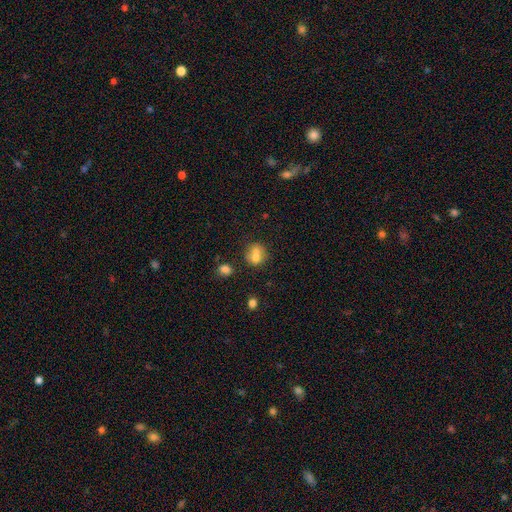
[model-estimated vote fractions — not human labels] Smooth or featured? smooth (71%)
How rounded? round (64%)
Merging? none (42%)